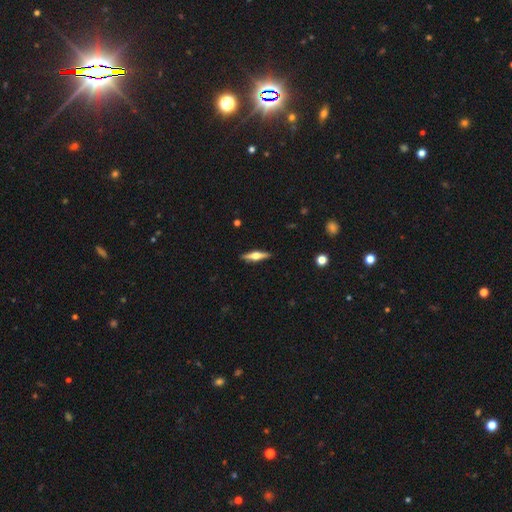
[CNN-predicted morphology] Smooth or featured: featured or disk — 63% (smooth — 31%)
Edge-on disk: yes — 96% (no — 4%)
Edge-on bulge: rounded — 93% (boxy — 5%)
Merging: none — 90% (minor disturbance — 7%)